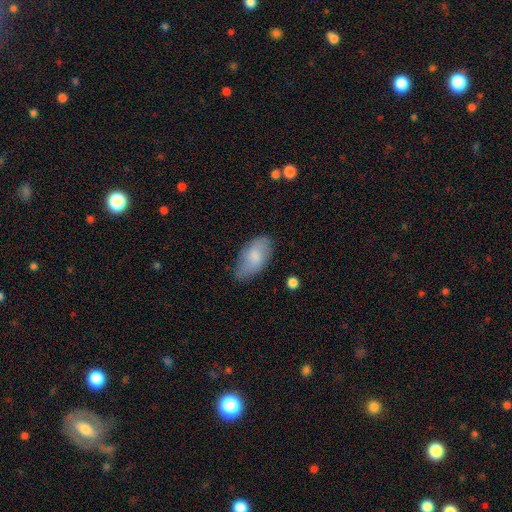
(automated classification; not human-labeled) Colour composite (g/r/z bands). It shows a smooth galaxy with no disk features (77%) that is in between round and cigar-shaped (95%). Merging: none (70%).